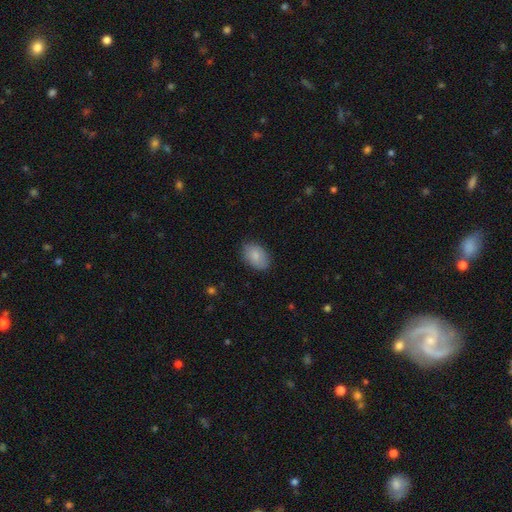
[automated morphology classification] Overall: smooth (83%). How rounded: in between (88%). Merging: none (83%).